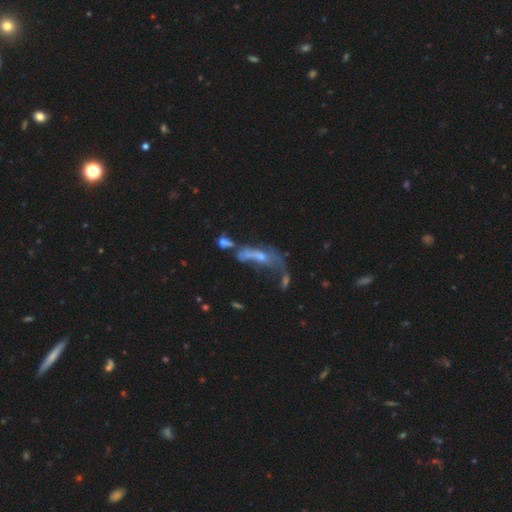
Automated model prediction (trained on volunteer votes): smooth-or-featured: featured or disk: 51% | smooth: 31% | star or artifact: 17%
  disk-edge-on: no: 77% | yes: 23%
  merging: merger: 42% | major disturbance: 29% | none: 18% | minor disturbance: 11%